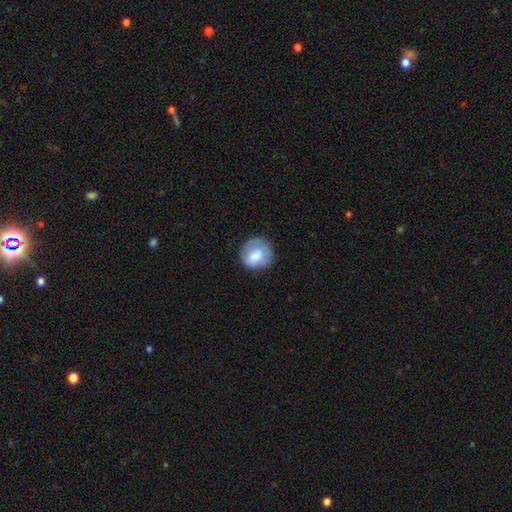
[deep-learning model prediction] Smooth or featured: smooth — 77% (featured or disk — 16%)
How rounded: round — 83% (in between — 16%)
Merging: none — 69% (minor disturbance — 21%)